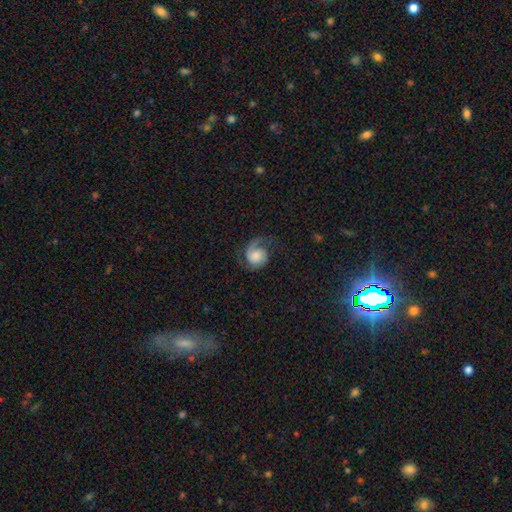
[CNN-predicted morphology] Q: Smooth or featured?
A: featured or disk (67%); runner-up: smooth (26%)
Q: Edge-on disk?
A: no (98%); runner-up: yes (2%)
Q: Bar?
A: no (72%); runner-up: weak (24%)
Q: Spiral arms?
A: yes (95%); runner-up: no (5%)
Q: Spiral winding?
A: medium (44%); runner-up: loose (31%)
Q: Spiral arm count?
A: 2 (60%); runner-up: 1 (32%)
Q: Bulge size?
A: moderate (29%); runner-up: large (26%)
Q: Merging?
A: none (57%); runner-up: major disturbance (21%)